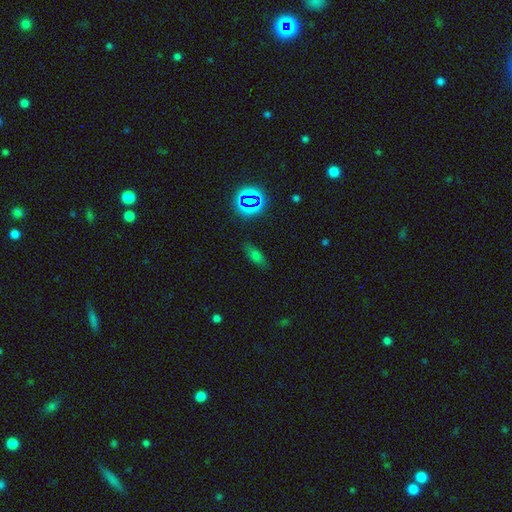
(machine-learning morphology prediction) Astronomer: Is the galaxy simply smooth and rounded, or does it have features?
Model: smooth — 63%.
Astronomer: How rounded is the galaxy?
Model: in between — 73%.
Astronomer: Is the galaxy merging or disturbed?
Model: none — 80%.